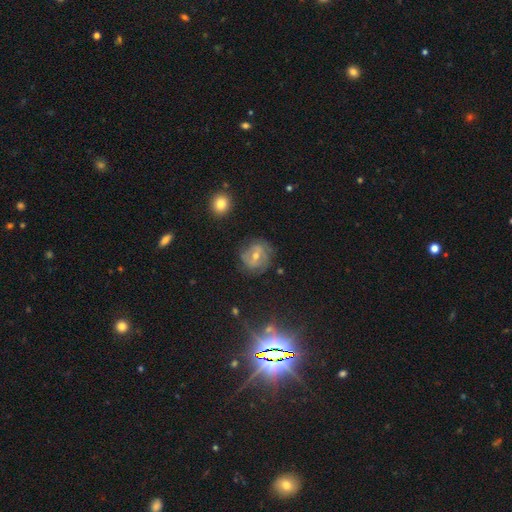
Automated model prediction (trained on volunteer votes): This is likely a featured or disk galaxy (62%). It is clearly not viewed edge-on (95%). Bar: marginally weak (45%). Spiral arm pattern: clearly yes (84%). Central bulge: possibly moderate (48%, tied with small). Merging: likely none (78%).